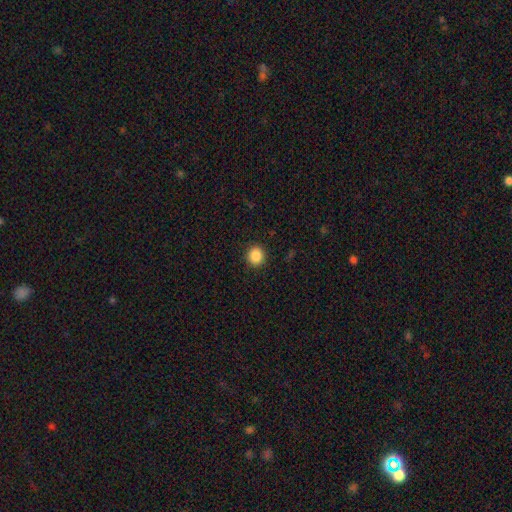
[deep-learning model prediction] smooth_or_featured: smooth (p=0.87) [alt: star or artifact p=0.10]
how_rounded: round (p=0.88) [alt: in between p=0.11]
merging: none (p=0.92) [alt: minor disturbance p=0.05]